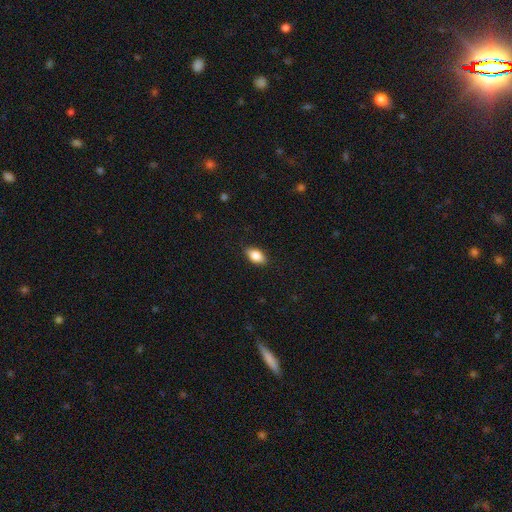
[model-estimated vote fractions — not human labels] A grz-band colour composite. It shows a smooth galaxy with no disk features (84%) that is in between round and cigar-shaped (89%). Merging: none (87%).